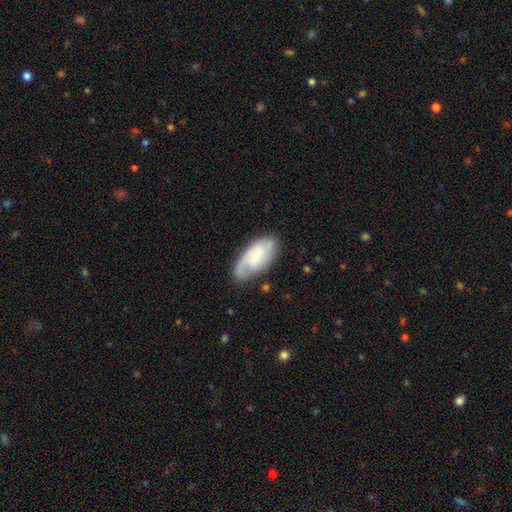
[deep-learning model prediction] smooth-or-featured: featured or disk: 58% | smooth: 36% | star or artifact: 6%
  disk-edge-on: no: 93% | yes: 7%
    bar: no: 62% | weak: 32% | strong: 6%
    has-spiral-arms: yes: 88% | no: 12%
    bulge-size: small: 59% | moderate: 25% | none: 11% | large: 4% | dominant: 1%
  merging: none: 72% | minor disturbance: 20% | major disturbance: 6% | merger: 2%